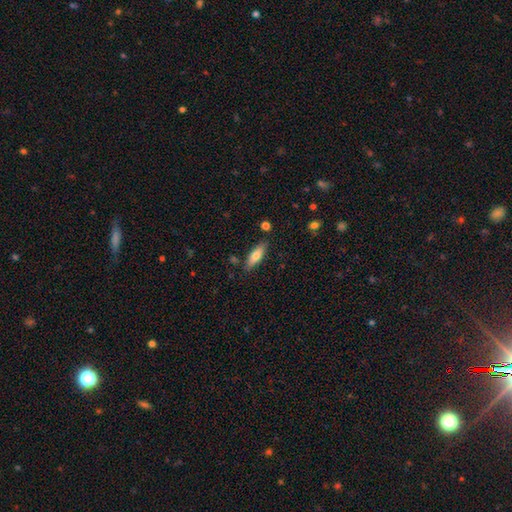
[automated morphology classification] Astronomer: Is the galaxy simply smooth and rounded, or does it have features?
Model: smooth — 71%.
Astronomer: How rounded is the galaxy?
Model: in between — 54% (runner-up: cigar-shaped, 44%).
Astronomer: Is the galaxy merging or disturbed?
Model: none — 82%.